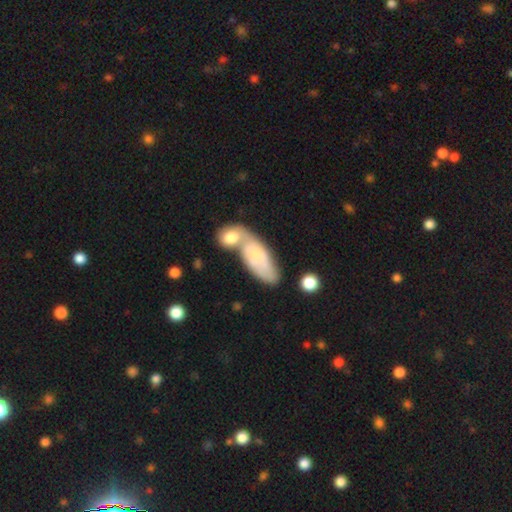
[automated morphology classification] Q: Smooth or featured?
A: smooth (56%); runner-up: featured or disk (38%)
Q: How rounded?
A: in between (76%); runner-up: cigar-shaped (20%)
Q: Merging?
A: merger (52%); runner-up: none (28%)